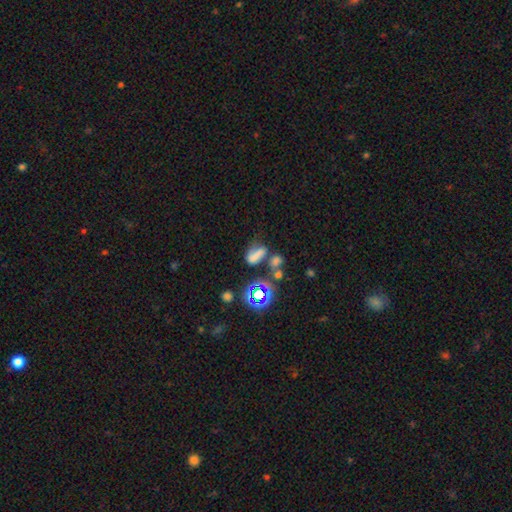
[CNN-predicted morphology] smooth-or-featured: smooth: 55% | star or artifact: 28% | featured or disk: 17%
  how-rounded: in between: 70% | round: 17% | cigar-shaped: 13%
  merging: none: 35% | merger: 27% | minor disturbance: 20% | major disturbance: 19%